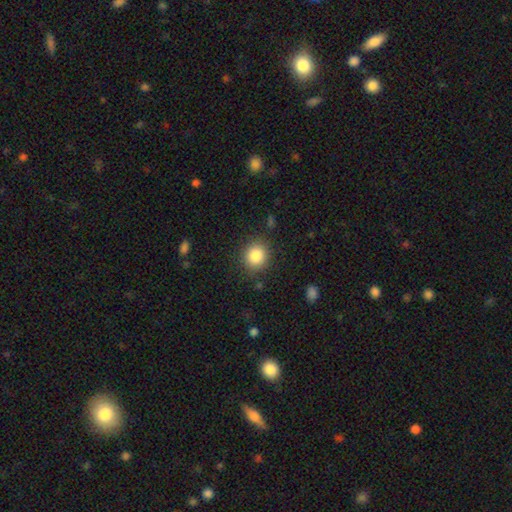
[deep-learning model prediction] Smooth or featured? Predicted: smooth (p=0.84). How rounded? Predicted: round (p=0.82). Merging? Predicted: none (p=0.87).